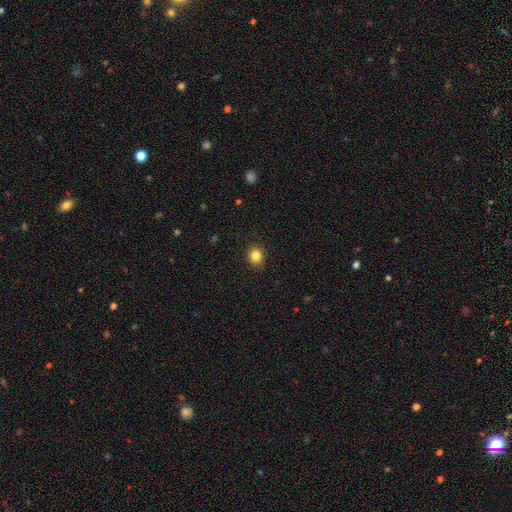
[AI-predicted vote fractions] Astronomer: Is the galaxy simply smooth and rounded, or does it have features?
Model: smooth — 84%.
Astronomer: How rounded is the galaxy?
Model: round — 79%.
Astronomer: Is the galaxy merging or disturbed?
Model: none — 91%.